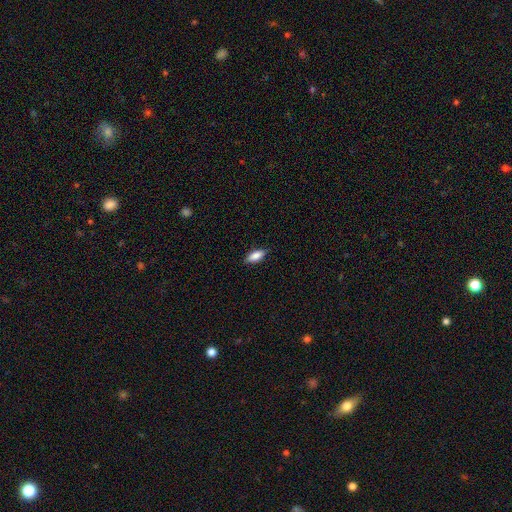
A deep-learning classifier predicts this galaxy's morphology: Overall: smooth (81%). How rounded: in between (77%). Merging: none (85%).